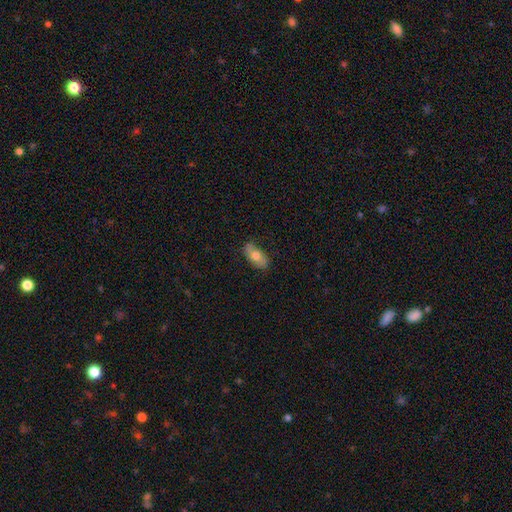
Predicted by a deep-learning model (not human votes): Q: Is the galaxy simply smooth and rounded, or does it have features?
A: smooth — 69%.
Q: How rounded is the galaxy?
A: in between — 89%.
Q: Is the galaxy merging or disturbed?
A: none — 78%.